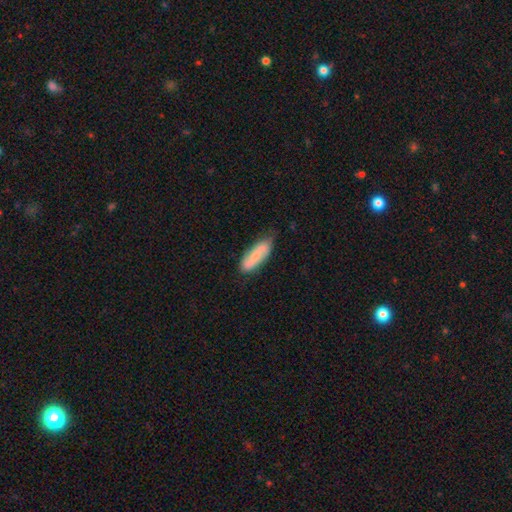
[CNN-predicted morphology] smooth-or-featured: smooth: 60% | featured or disk: 34% | star or artifact: 6%
  how-rounded: in between: 52% | cigar-shaped: 46% | round: 2%
  merging: none: 71% | minor disturbance: 23% | major disturbance: 4% | merger: 2%